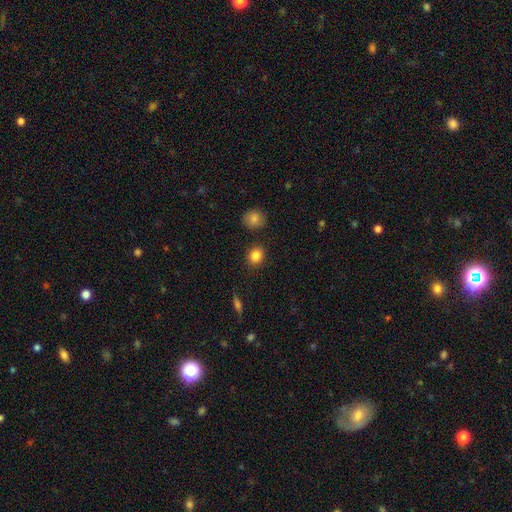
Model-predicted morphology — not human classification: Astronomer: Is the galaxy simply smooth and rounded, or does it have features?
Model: smooth — 85%.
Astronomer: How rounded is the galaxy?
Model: round — 66%.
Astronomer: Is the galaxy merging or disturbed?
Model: none — 87%.